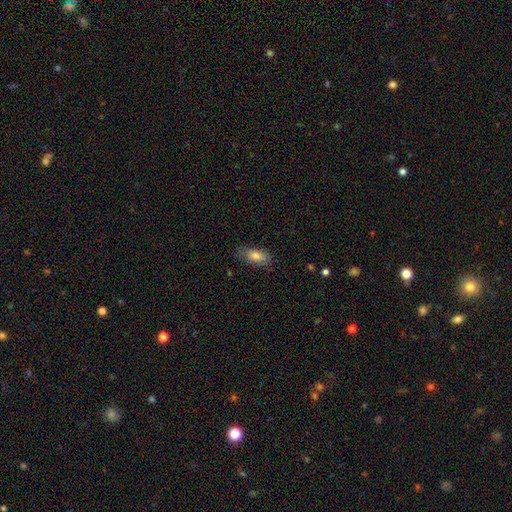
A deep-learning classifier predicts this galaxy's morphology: Overall: smooth (80%). How rounded: in between (83%). Merging: none (76%).